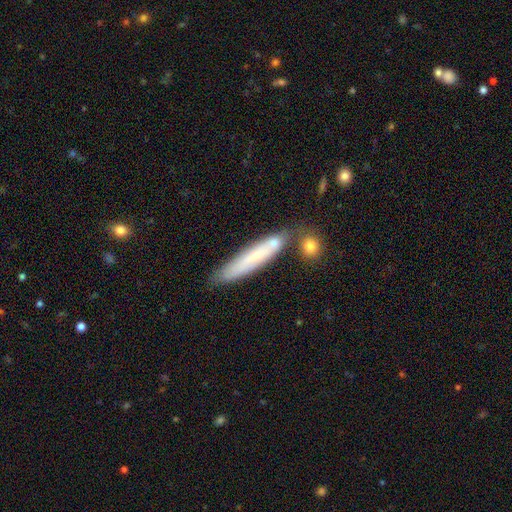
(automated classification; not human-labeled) A smooth galaxy with no disk features (61%) that is cigar-shaped (90%). Merging: none (66%).